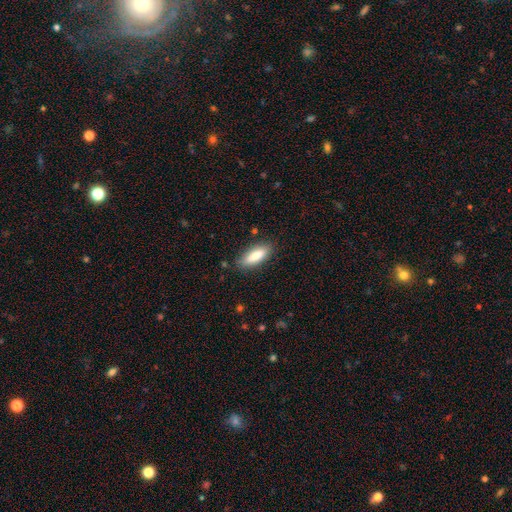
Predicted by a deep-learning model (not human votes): Overall: smooth (81%). How rounded: in between (62%; cigar-shaped 36%). Merging: none (84%).